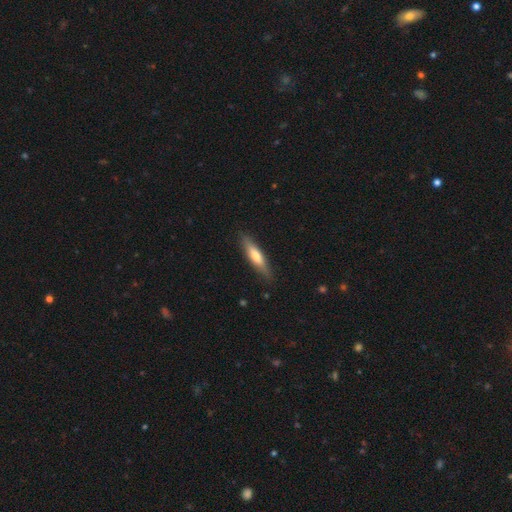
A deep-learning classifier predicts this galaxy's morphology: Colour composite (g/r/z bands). It shows a smooth galaxy with no disk features (60%) that is cigar-shaped (79%). Merging: none (85%).